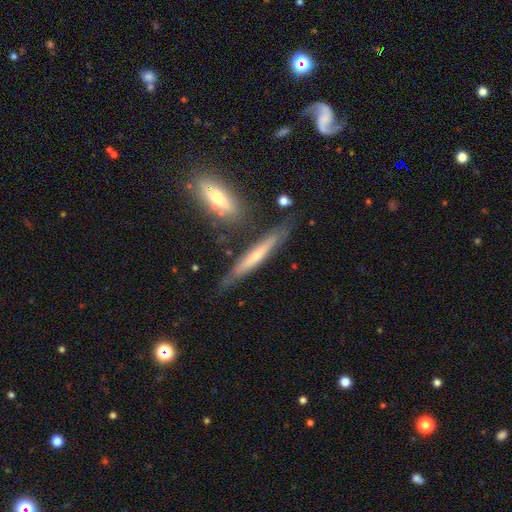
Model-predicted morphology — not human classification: A featured or disk galaxy (52%) viewed edge-on (89%).

Vote fractions:
- Smooth or featured? featured or disk: 52% / smooth: 41% / star or artifact: 7%
- Edge-on disk? yes: 89% / no: 11%
- Merging? none: 76% / minor disturbance: 15% / merger: 6% / major disturbance: 3%